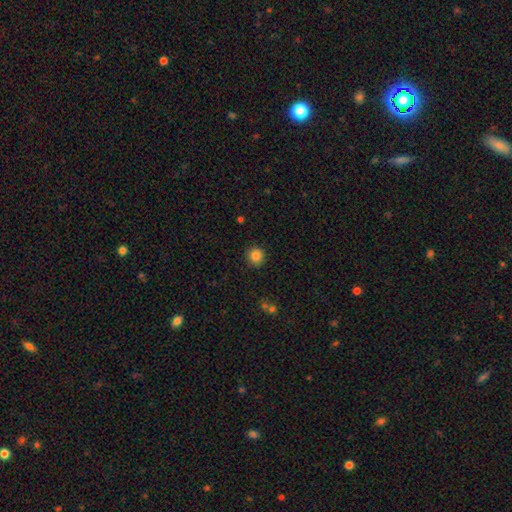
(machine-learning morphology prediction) Overall: smooth (85%). How rounded: round (94%). Merging: none (91%).